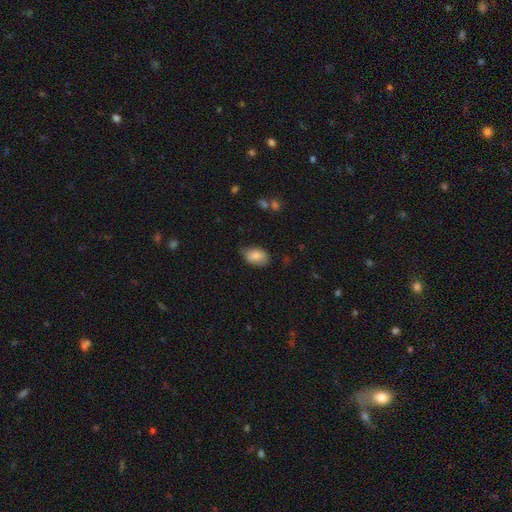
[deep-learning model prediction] Smooth or featured? smooth (84%)
How rounded? in between (91%)
Merging? none (66%)